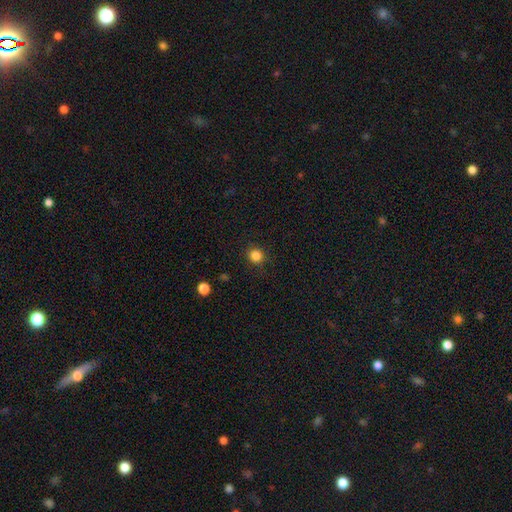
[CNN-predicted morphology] This appears to be a smooth galaxy with no disk features (84%) that is round (92%). Merging: none (90%).